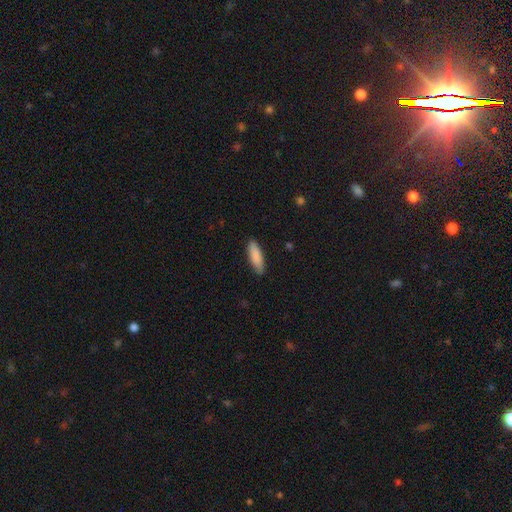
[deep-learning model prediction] Smooth or featured? smooth (88%)
How rounded? cigar-shaped (52%)
Merging? none (86%)